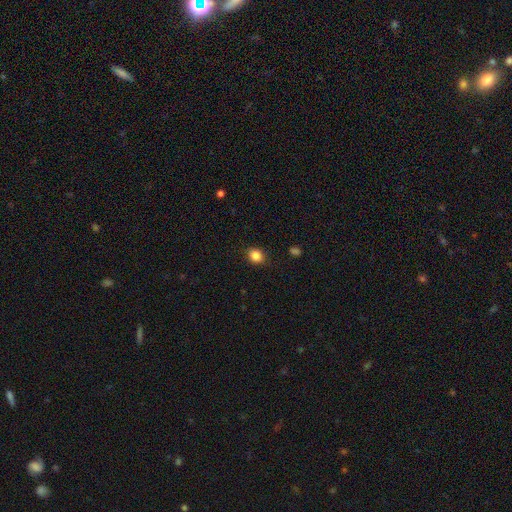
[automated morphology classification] Smooth or featured? Predicted: smooth (p=0.85). How rounded? Predicted: round (p=0.64). Merging? Predicted: none (p=0.86).